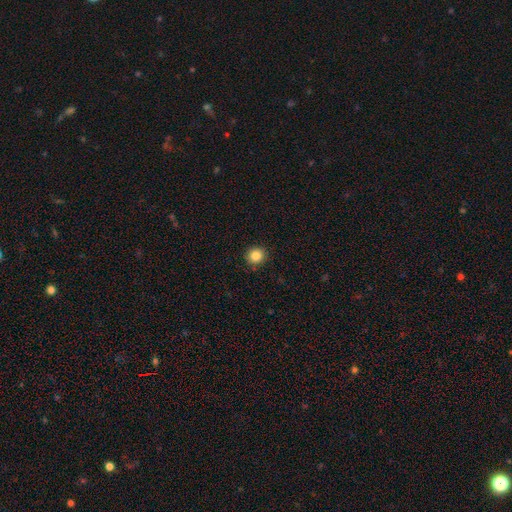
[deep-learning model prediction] Overall: smooth (85%). How rounded: round (90%). Merging: none (91%).